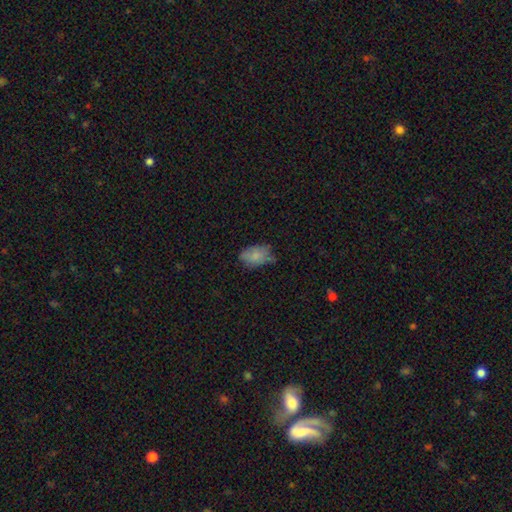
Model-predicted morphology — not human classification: This is likely a smooth galaxy (79%). How rounded: clearly in between (88%). Merging: possibly none (52%).